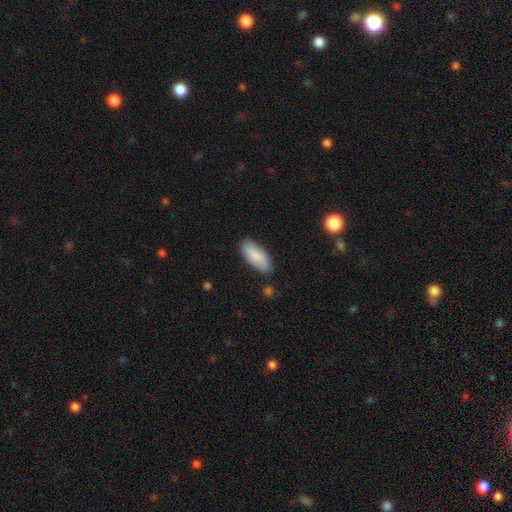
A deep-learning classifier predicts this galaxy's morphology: Smooth or featured: smooth — 85% (featured or disk — 9%)
How rounded: in between — 83% (cigar-shaped — 15%)
Merging: none — 82% (minor disturbance — 13%)